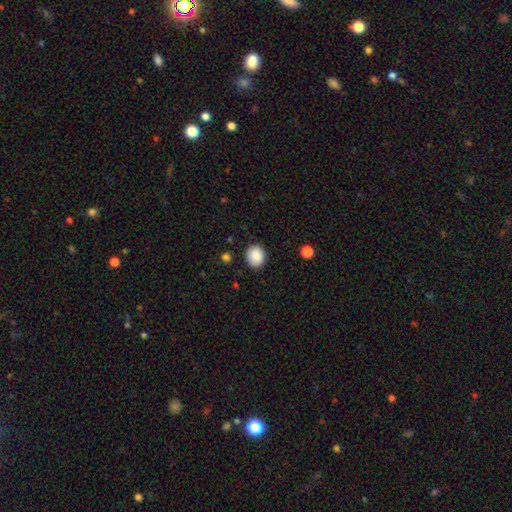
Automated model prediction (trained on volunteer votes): A smooth galaxy with no disk features (88%) that is round (77%).

Vote fractions:
- Smooth or featured? smooth: 88% / star or artifact: 8% / featured or disk: 4%
- How rounded? round: 77% / in between: 22% / cigar-shaped: 1%
- Merging? none: 87% / minor disturbance: 9% / major disturbance: 2% / merger: 1%